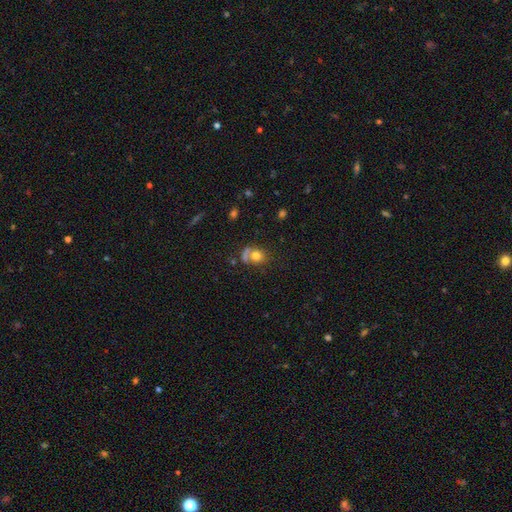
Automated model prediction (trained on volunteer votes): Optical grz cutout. It shows a smooth galaxy with no disk features (74%) that is round (69%). Merging: none (49%).